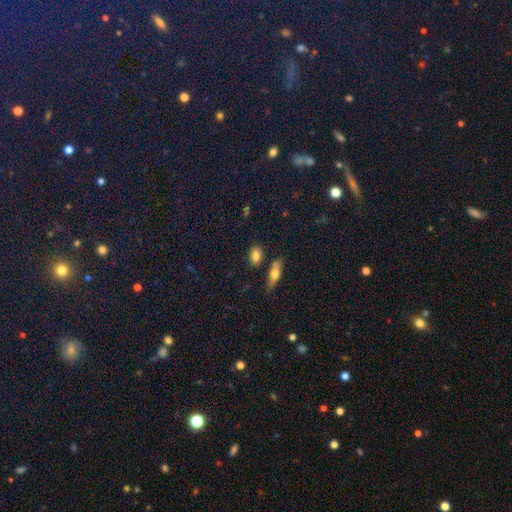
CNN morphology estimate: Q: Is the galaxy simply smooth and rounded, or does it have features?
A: smooth — 81%.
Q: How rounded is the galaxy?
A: in between — 81%.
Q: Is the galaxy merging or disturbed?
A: none — 76%.